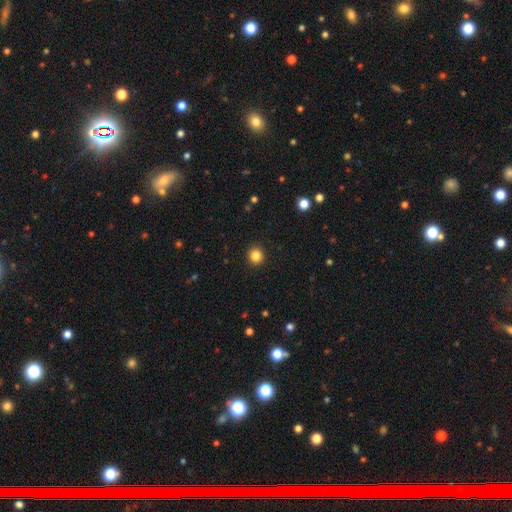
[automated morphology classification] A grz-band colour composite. It shows a smooth galaxy with no disk features (85%) that is round (91%). Merging: none (93%).